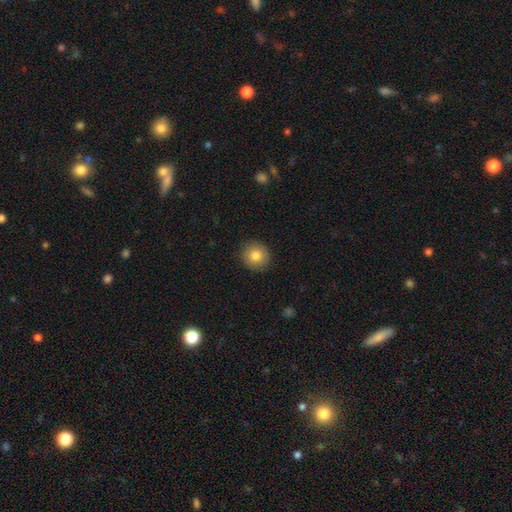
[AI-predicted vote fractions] Smooth or featured: smooth — 82% (featured or disk — 9%)
How rounded: round — 91% (in between — 8%)
Merging: none — 90% (minor disturbance — 7%)